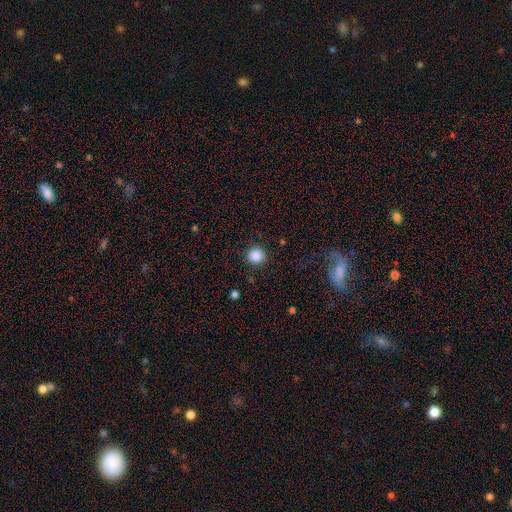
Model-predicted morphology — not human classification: The model was most divided on "smooth or featured": smooth: 87%, star or artifact: 10%, featured or disk: 3%. More confident: how rounded — round (90%); merging — none (90%).